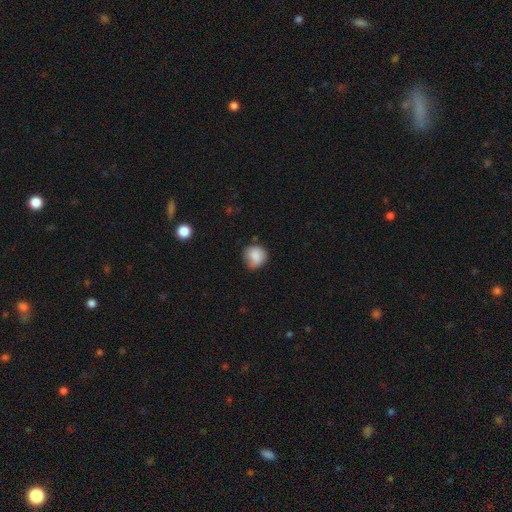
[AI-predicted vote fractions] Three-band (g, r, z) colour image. It shows a smooth galaxy with no disk features (83%) that is round (85%). Merging: none (62%).